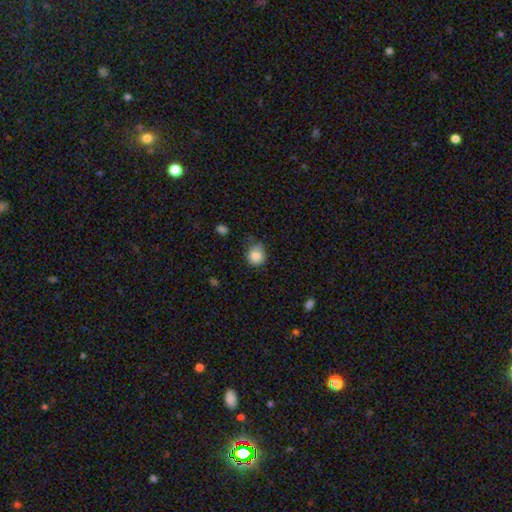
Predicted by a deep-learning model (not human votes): Overall: smooth (85%). How rounded: round (82%). Merging: none (64%; minor disturbance 28%).